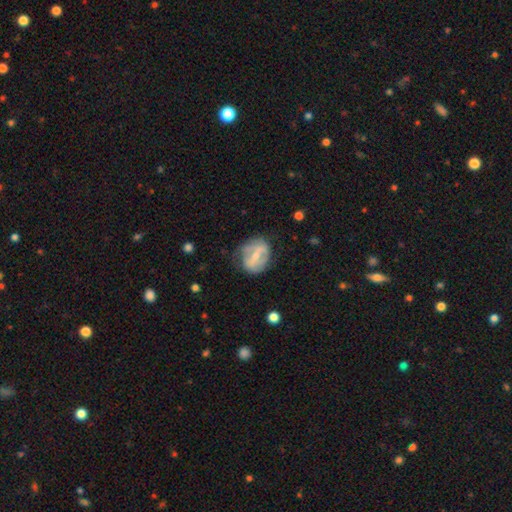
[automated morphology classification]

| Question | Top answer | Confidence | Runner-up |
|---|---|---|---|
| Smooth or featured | featured or disk | 61% | smooth (32%) |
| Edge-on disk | no | 93% | yes (7%) |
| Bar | strong | 53% | weak (33%) |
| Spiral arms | no | 59% | yes (41%) |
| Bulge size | small | 53% | moderate (39%) |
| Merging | none | 64% | minor disturbance (24%) |